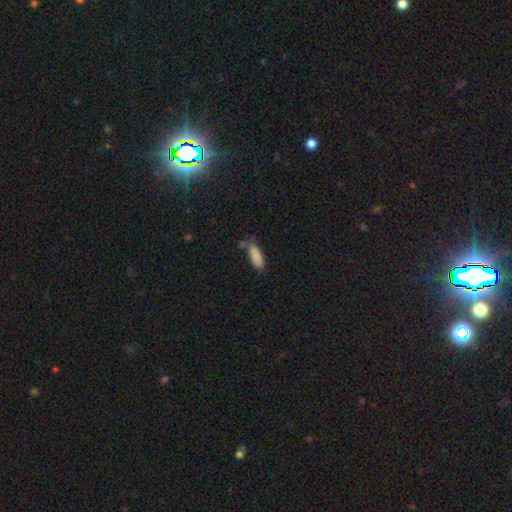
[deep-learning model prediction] smooth_or_featured: smooth (p=0.87) [alt: star or artifact p=0.07]
how_rounded: in between (p=0.72) [alt: cigar-shaped p=0.26]
merging: none (p=0.63) [alt: minor disturbance p=0.24]